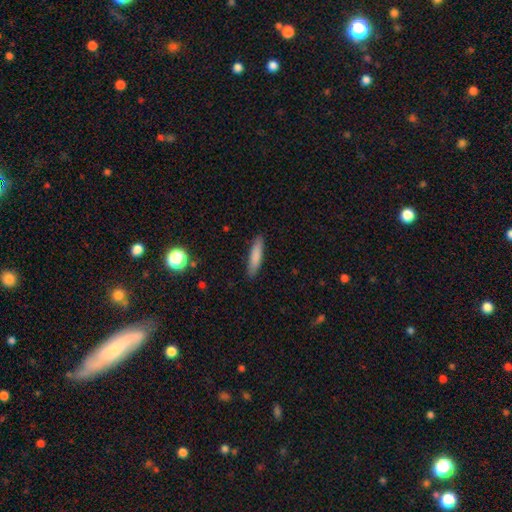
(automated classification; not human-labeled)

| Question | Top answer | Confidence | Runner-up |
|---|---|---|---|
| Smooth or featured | smooth | 81% | featured or disk (12%) |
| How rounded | cigar-shaped | 85% | in between (14%) |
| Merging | none | 89% | minor disturbance (8%) |